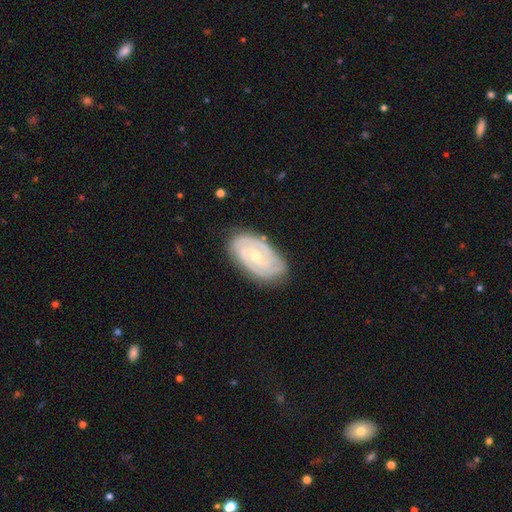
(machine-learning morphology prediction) This appears to be a featured or disk galaxy (88%) with no bar (60%), 2 (59%) tight (78%) spiral arms (97%) and a small central bulge (63%). Merging: none (83%).